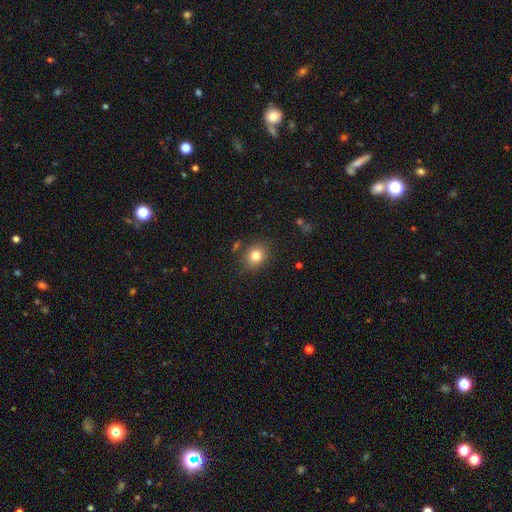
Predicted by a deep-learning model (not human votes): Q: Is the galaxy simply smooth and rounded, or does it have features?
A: smooth — 80%.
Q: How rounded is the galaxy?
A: round — 63%.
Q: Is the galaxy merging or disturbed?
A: none — 82%.